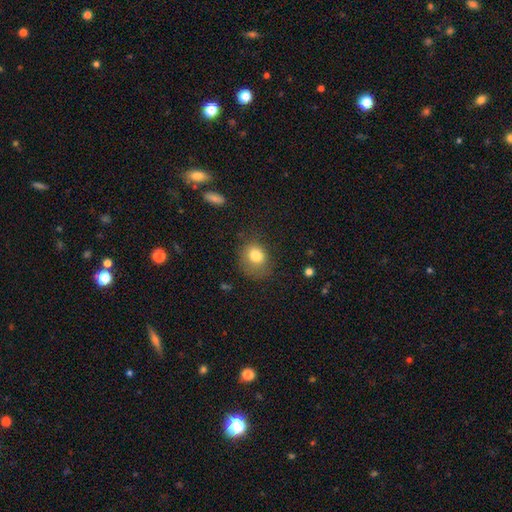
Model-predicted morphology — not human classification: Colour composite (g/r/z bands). It shows a smooth galaxy with no disk features (79%) that is round (56%). Merging: none (63%).